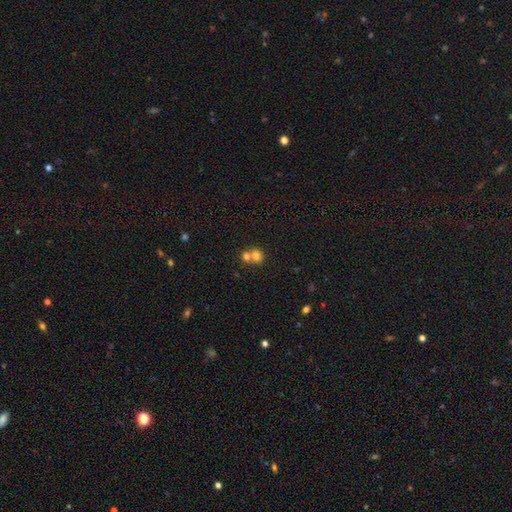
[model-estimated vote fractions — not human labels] Q: Smooth or featured?
A: smooth (75%); runner-up: featured or disk (14%)
Q: How rounded?
A: round (72%); runner-up: in between (27%)
Q: Merging?
A: merger (60%); runner-up: none (32%)